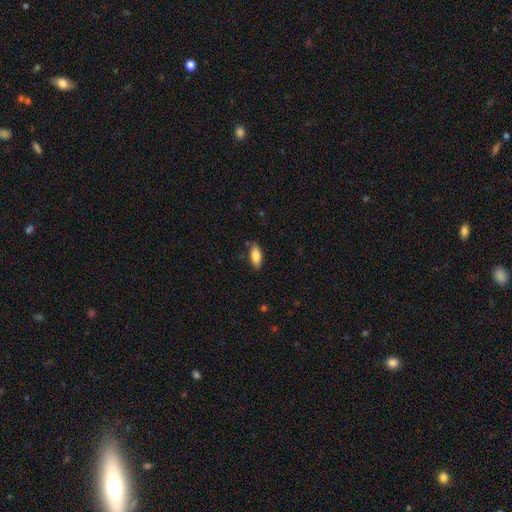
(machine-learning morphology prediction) The model was most divided on "how rounded": in between: 80%, cigar-shaped: 18%, round: 2%. More confident: merging — none (83%); smooth or featured — smooth (83%).